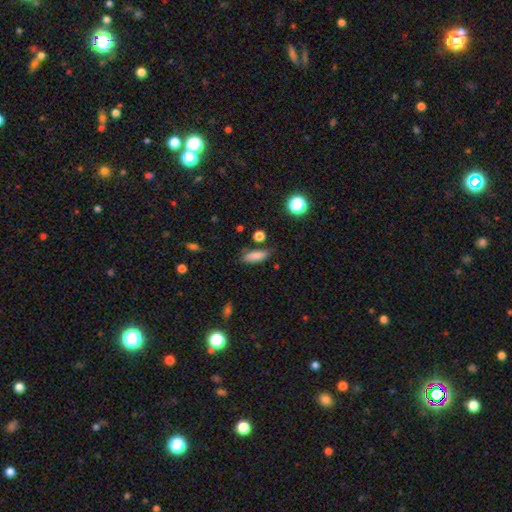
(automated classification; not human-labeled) A smooth galaxy with no disk features (84%) that is in between round and cigar-shaped (70%). Merging: none (76%).